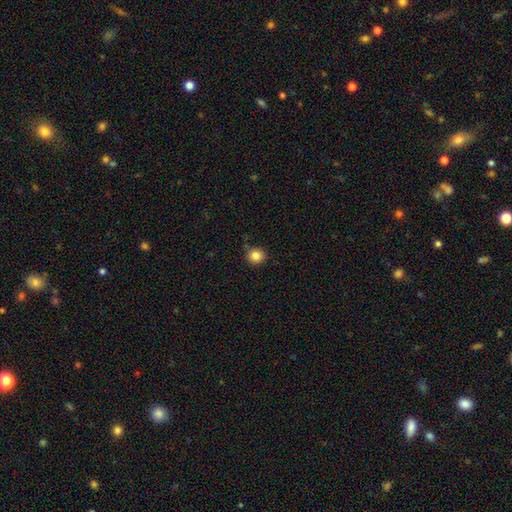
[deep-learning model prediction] smooth_or_featured: smooth (p=0.84) [alt: star or artifact p=0.11]
how_rounded: round (p=0.89) [alt: in between p=0.10]
merging: none (p=0.84) [alt: minor disturbance p=0.11]